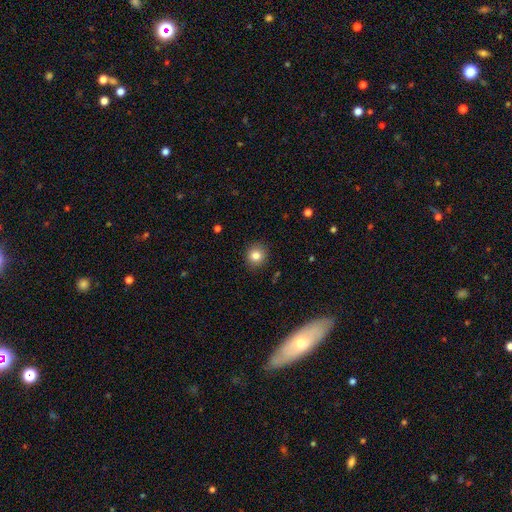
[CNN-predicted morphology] Smooth or featured: smooth — 83% (star or artifact — 11%)
How rounded: round — 87% (in between — 12%)
Merging: none — 90% (minor disturbance — 7%)